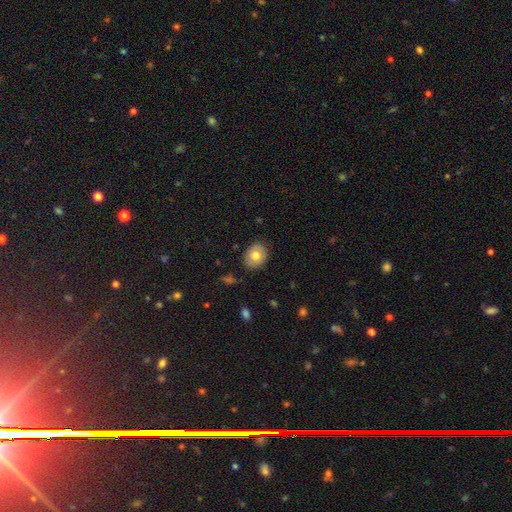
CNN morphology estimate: This appears to be a smooth galaxy with no disk features (71%) that is round (53%). Merging: none (85%).